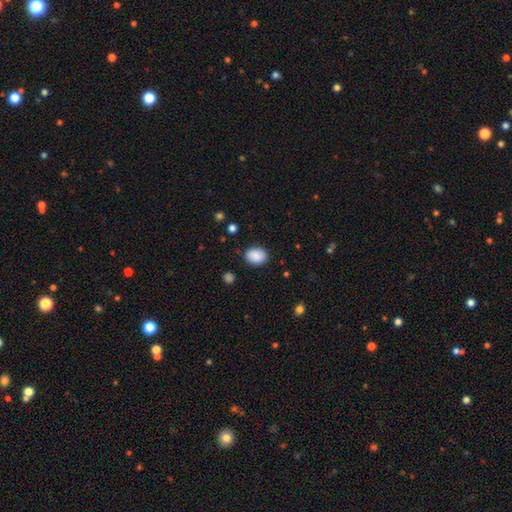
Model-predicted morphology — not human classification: This appears to be a smooth galaxy with no disk features (89%) that is in between round and cigar-shaped (65%). Merging: none (85%).